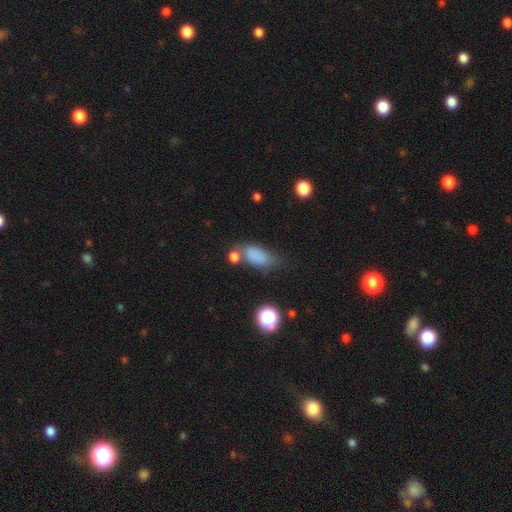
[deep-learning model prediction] The model was most divided on "merging": none: 44%, minor disturbance: 24%, merger: 19%, major disturbance: 12%. More confident: how rounded — in between (85%); smooth or featured — smooth (79%).